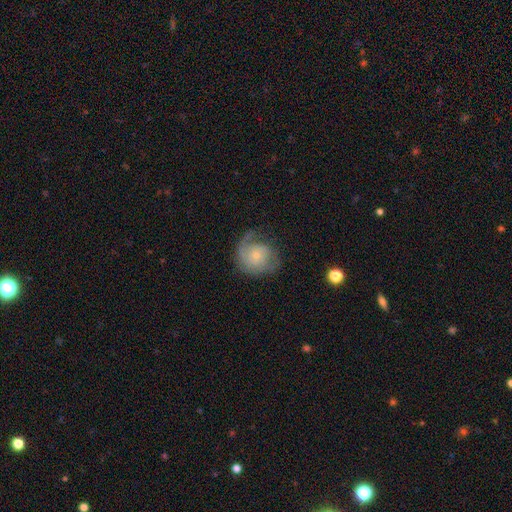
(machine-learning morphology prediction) smooth-or-featured: featured or disk: 64% | smooth: 29% | star or artifact: 7%
  disk-edge-on: no: 98% | yes: 2%
    bar: no: 78% | weak: 19% | strong: 3%
    has-spiral-arms: yes: 88% | no: 12%
      spiral-winding: tight: 41% | medium: 37% | loose: 22%
      spiral-arm-count: 1: 36% | 2: 33% | can't tell: 19% | 3: 7% | 4: 3% | more than 4: 2%
    bulge-size: small: 67% | moderate: 26% | none: 3% | large: 3% | dominant: 1%
  merging: none: 56% | minor disturbance: 23% | major disturbance: 19% | merger: 2%